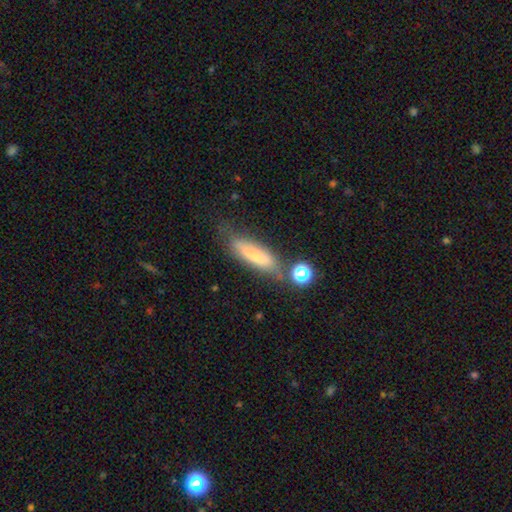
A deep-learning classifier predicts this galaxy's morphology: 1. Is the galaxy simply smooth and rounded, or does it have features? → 68% smooth, 23% featured or disk, 8% star or artifact.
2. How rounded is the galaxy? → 66% cigar-shaped, 32% in between, 2% round.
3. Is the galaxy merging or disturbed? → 57% none, 23% minor disturbance, 12% merger, 9% major disturbance.